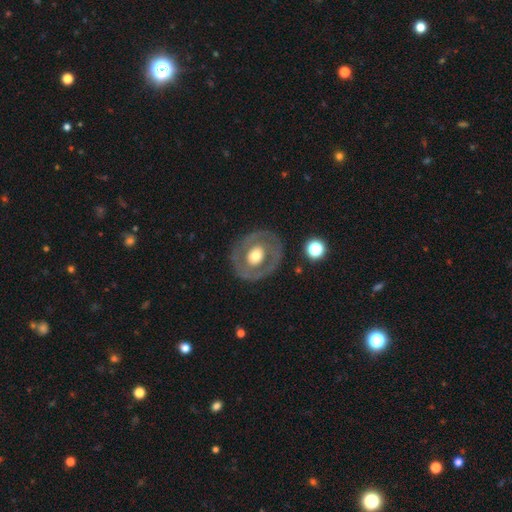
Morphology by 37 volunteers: smooth_or_featured: featured or disk (p=0.54) [alt: smooth p=0.41]
disk_edge_on: no (p=0.90) [alt: yes p=0.10]
bar: no (p=0.94) [alt: weak p=0.06]
has_spiral_arms: no (p=0.83) [alt: yes p=0.17]
bulge_size: moderate (p=0.50) [alt: large p=0.39]
merging: none (p=0.86) [alt: minor disturbance p=0.14]